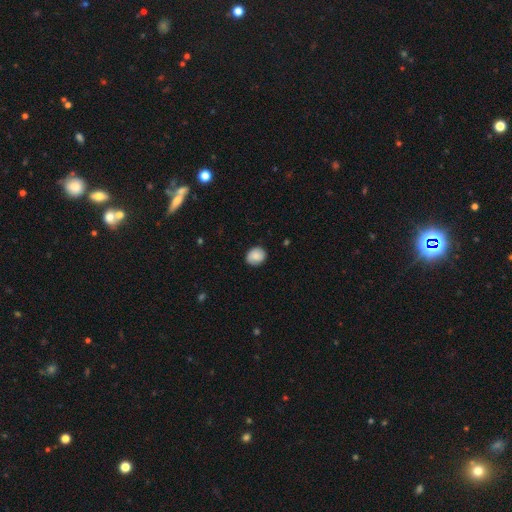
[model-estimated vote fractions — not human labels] This appears to be a smooth galaxy with no disk features (83%) that is round (68%). Merging: none (84%).